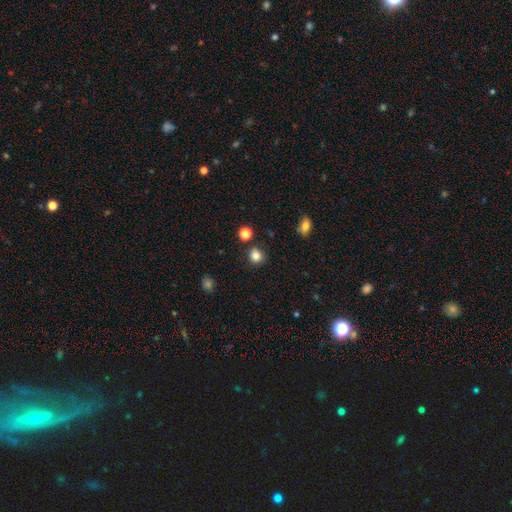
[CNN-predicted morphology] smooth 82%, star or artifact 13%, featured or disk 5%. Down the decision tree: how rounded — round (84%); merging — none (84%).